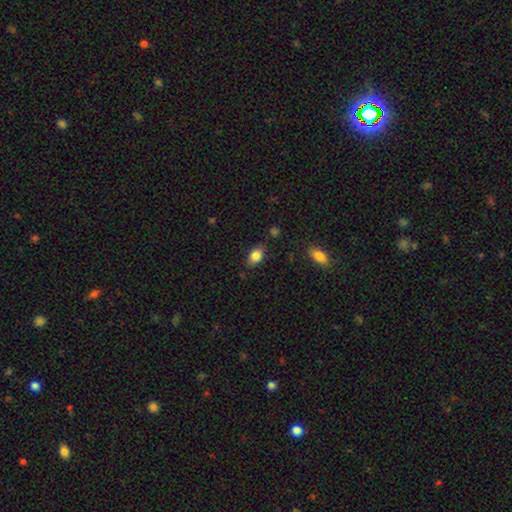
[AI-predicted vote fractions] Smooth or featured? Predicted: smooth (p=0.84). How rounded? Predicted: in between (p=0.85). Merging? Predicted: none (p=0.81).